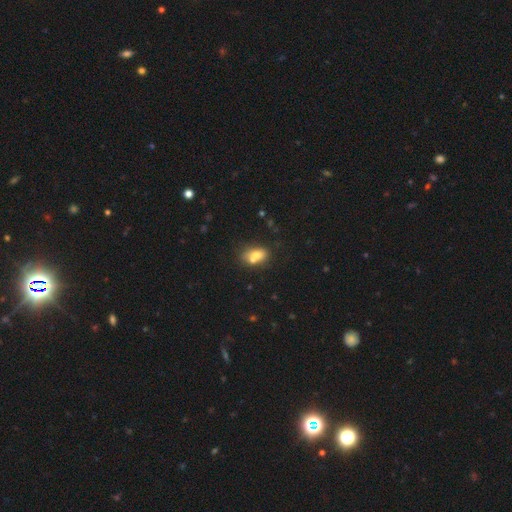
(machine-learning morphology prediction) This appears to be a smooth galaxy with no disk features (69%) that is in between round and cigar-shaped (73%). Merging: merger (42%).